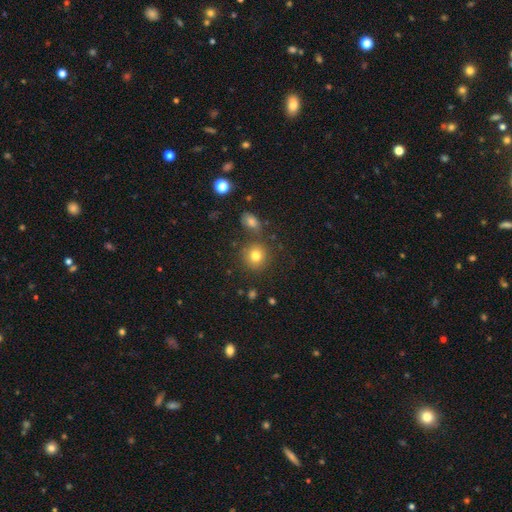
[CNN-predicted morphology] Q: Smooth or featured?
A: smooth (79%); runner-up: star or artifact (13%)
Q: How rounded?
A: round (88%); runner-up: in between (11%)
Q: Merging?
A: none (78%); runner-up: minor disturbance (10%)